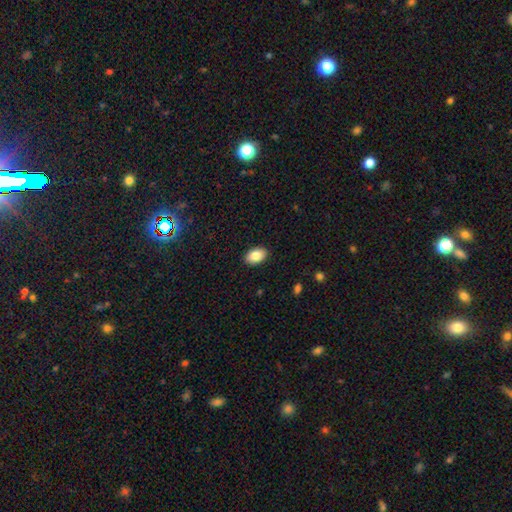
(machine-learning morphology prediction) smooth-or-featured: smooth: 85% | featured or disk: 8% | star or artifact: 7%
  how-rounded: in between: 91% | round: 8% | cigar-shaped: 1%
  merging: none: 89% | minor disturbance: 8% | major disturbance: 2% | merger: 1%